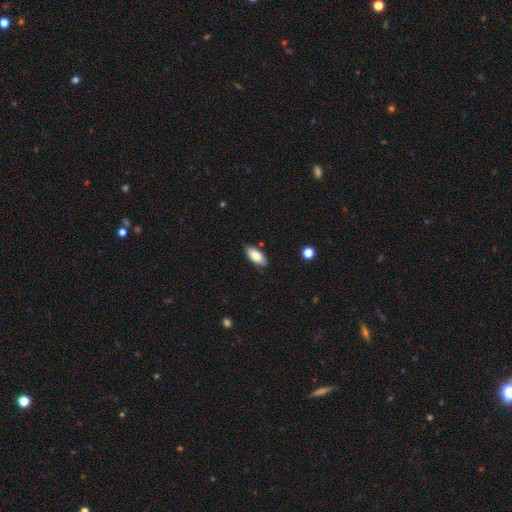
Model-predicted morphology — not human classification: smooth 83%, featured or disk 11%, star or artifact 6%. Down the decision tree: how rounded — in between (87%); merging — none (85%).